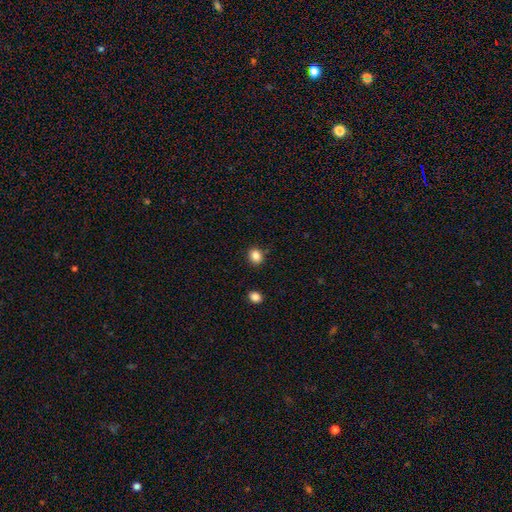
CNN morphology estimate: Smooth or featured? Predicted: smooth (p=0.85). How rounded? Predicted: round (p=0.67). Merging? Predicted: none (p=0.85).